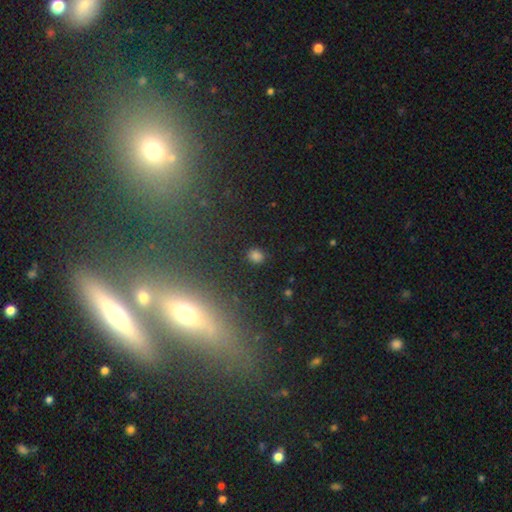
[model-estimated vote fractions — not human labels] Smooth or featured? Predicted: smooth (p=0.75). How rounded? Predicted: round (p=0.62). Merging? Predicted: none (p=0.87).